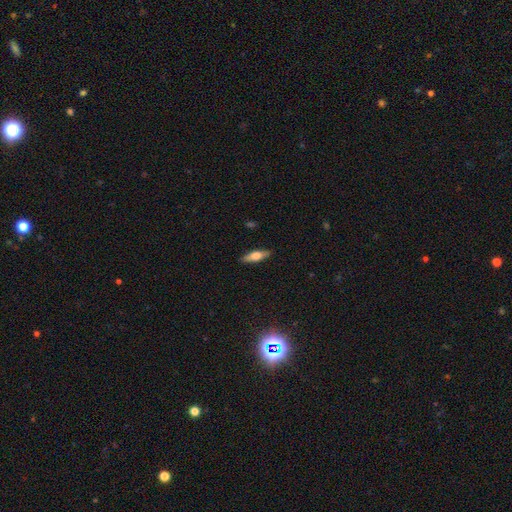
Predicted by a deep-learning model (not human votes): smooth_or_featured: smooth (p=0.60) [alt: featured or disk p=0.33]
how_rounded: cigar-shaped (p=0.53) [alt: in between p=0.44]
merging: none (p=0.88) [alt: minor disturbance p=0.09]